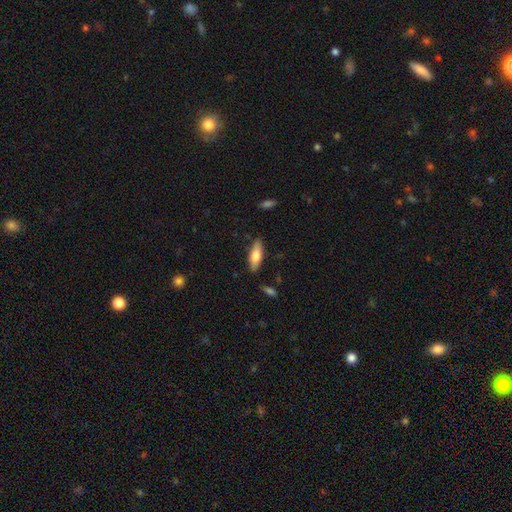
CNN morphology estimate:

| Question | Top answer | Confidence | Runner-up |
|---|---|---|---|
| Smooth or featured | smooth | 71% | featured or disk (23%) |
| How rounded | in between | 58% | cigar-shaped (40%) |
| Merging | none | 82% | minor disturbance (13%) |